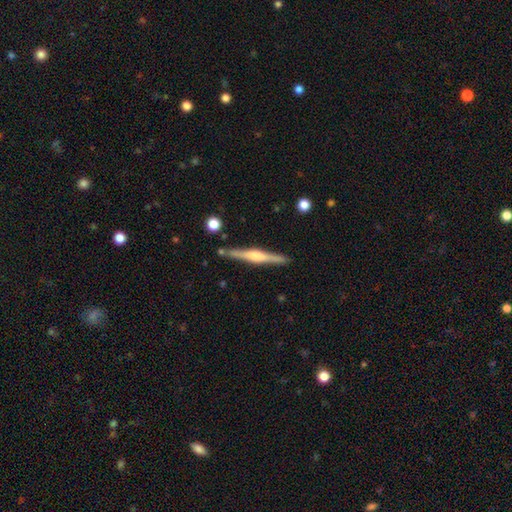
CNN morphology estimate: Smooth or featured: featured or disk — 76% (smooth — 19%)
Edge-on disk: yes — 98% (no — 2%)
Edge-on bulge: rounded — 72% (boxy — 20%)
Merging: none — 89% (minor disturbance — 8%)